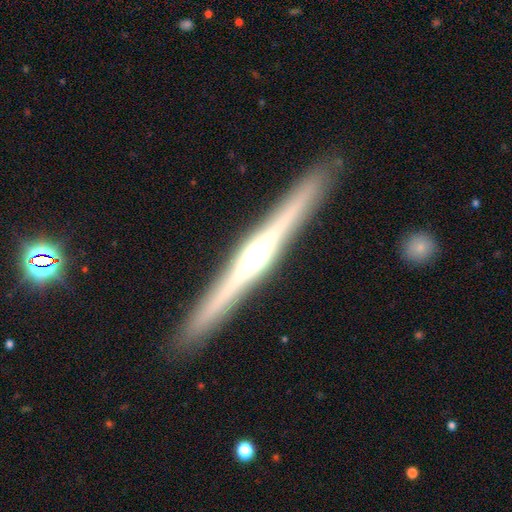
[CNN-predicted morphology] type=featured or disk (83%); edge-on=yes (98%); edge-on bulge=rounded (86%); merging=none (91%).